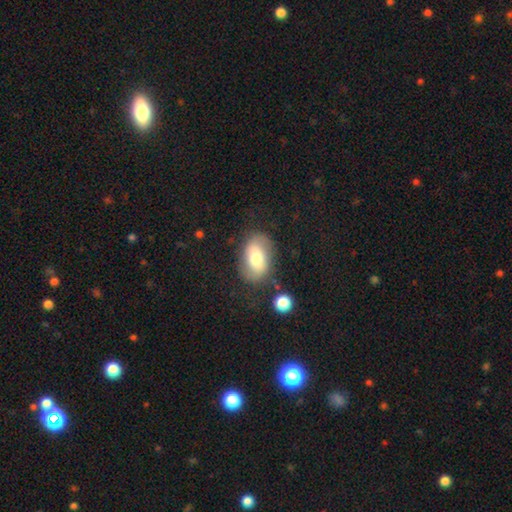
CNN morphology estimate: smooth-or-featured: smooth: 60% | featured or disk: 30% | star or artifact: 9%
  how-rounded: in between: 87% | round: 11% | cigar-shaped: 2%
  merging: none: 71% | minor disturbance: 18% | major disturbance: 7% | merger: 4%